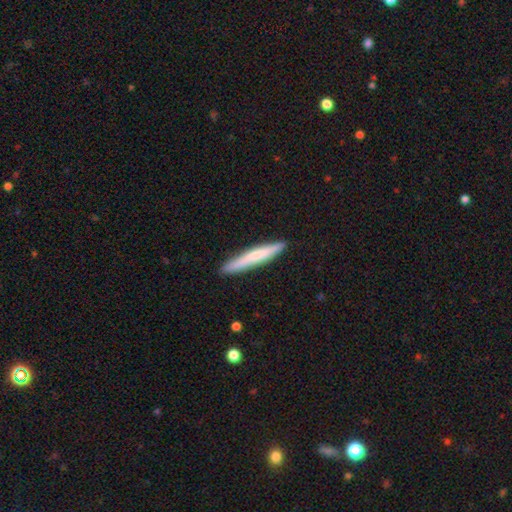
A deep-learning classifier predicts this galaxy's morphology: A smooth galaxy with no disk features (66%) that is cigar-shaped (95%).

Vote fractions:
- Smooth or featured? smooth: 66% / featured or disk: 28% / star or artifact: 5%
- How rounded? cigar-shaped: 95% / in between: 4% / round: 1%
- Merging? none: 89% / minor disturbance: 8% / major disturbance: 1% / merger: 1%